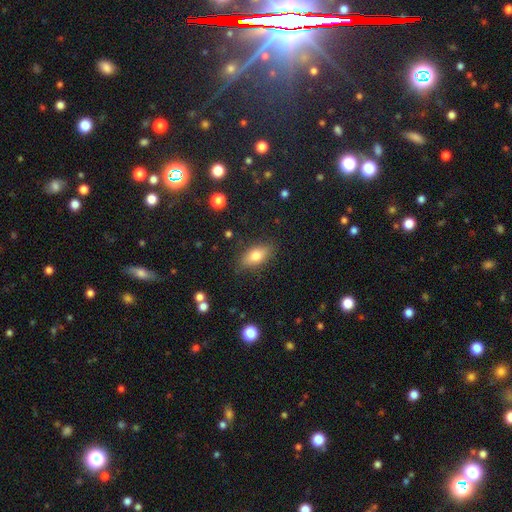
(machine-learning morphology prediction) smooth_or_featured: smooth (p=0.76) [alt: featured or disk p=0.16]
how_rounded: in between (p=0.84) [alt: cigar-shaped p=0.10]
merging: none (p=0.84) [alt: minor disturbance p=0.11]